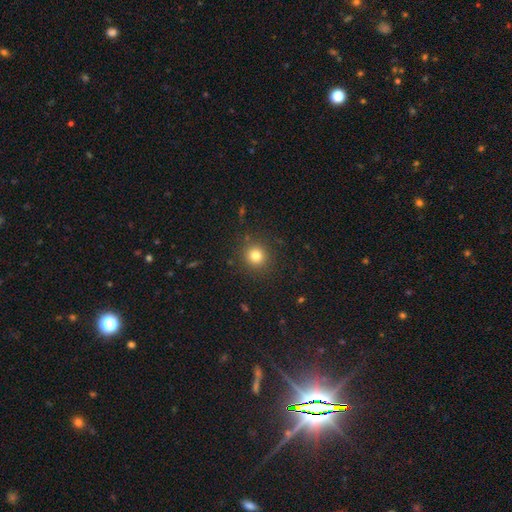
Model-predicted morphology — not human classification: Q: Smooth or featured?
A: smooth (80%); runner-up: star or artifact (14%)
Q: How rounded?
A: round (92%); runner-up: in between (7%)
Q: Merging?
A: none (89%); runner-up: minor disturbance (7%)